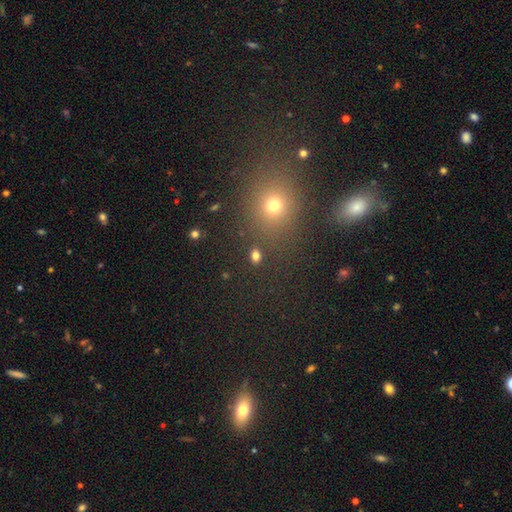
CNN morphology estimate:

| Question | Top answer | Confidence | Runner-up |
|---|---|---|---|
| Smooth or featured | smooth | 77% | star or artifact (17%) |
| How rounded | in between | 64% | round (34%) |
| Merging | none | 84% | minor disturbance (8%) |